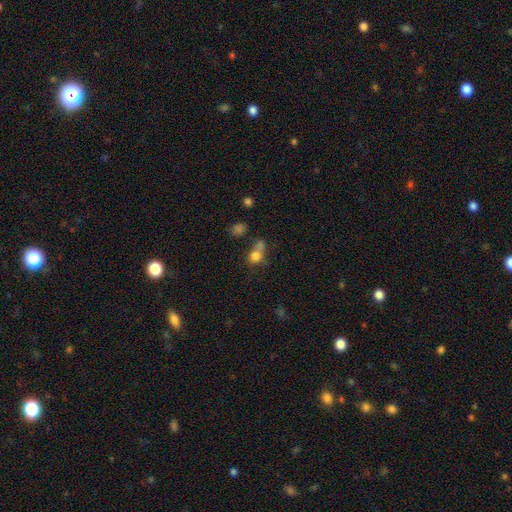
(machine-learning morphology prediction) Smooth or featured: smooth — 77% (star or artifact — 12%)
How rounded: round — 66% (in between — 32%)
Merging: merger — 40% (none — 37%)